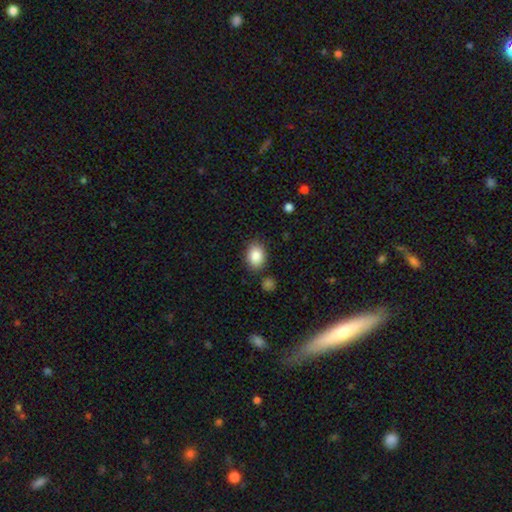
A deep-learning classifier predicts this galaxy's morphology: type=smooth (88%); roundness=in between (71%); merging=none (82%).